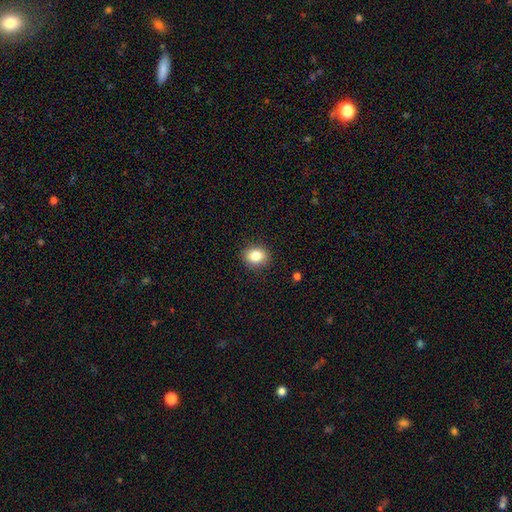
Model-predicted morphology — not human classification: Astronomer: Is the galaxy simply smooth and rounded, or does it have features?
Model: smooth — 84%.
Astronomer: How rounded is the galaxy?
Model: round — 52% (runner-up: in between, 47%).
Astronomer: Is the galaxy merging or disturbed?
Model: none — 89%.